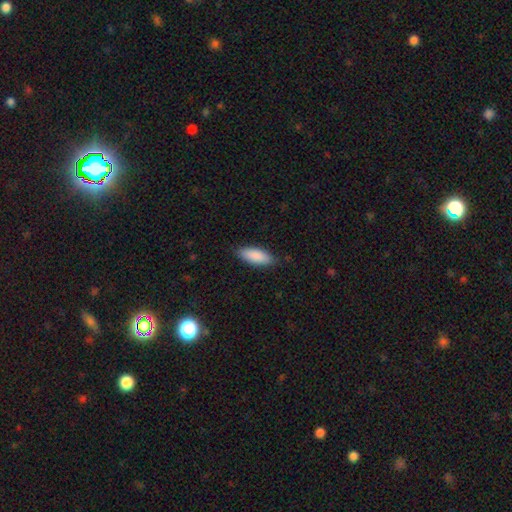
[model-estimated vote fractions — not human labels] Smooth or featured? Predicted: smooth (p=0.89). How rounded? Predicted: in between (p=0.73). Merging? Predicted: none (p=0.85).